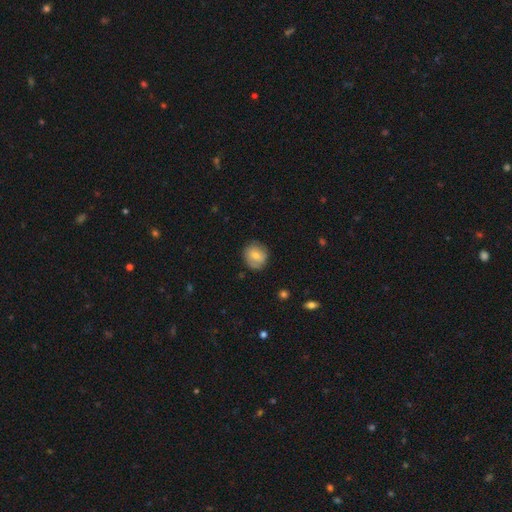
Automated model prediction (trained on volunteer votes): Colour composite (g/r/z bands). It shows a smooth galaxy with no disk features (70%) that is round (75%). Merging: none (77%).